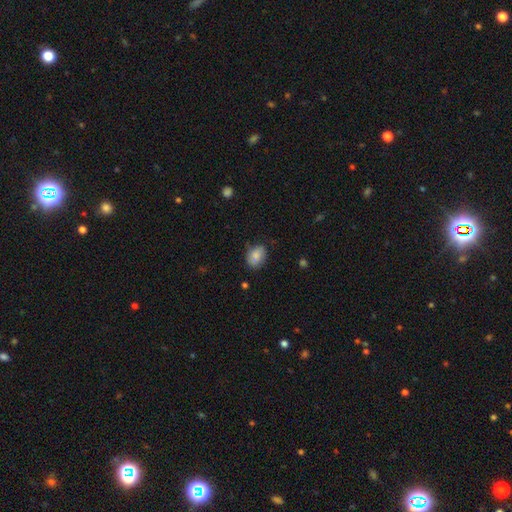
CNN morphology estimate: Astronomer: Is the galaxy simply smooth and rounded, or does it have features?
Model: smooth — 84%.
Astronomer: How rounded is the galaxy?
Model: in between — 80%.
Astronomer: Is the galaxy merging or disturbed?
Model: none — 71%.